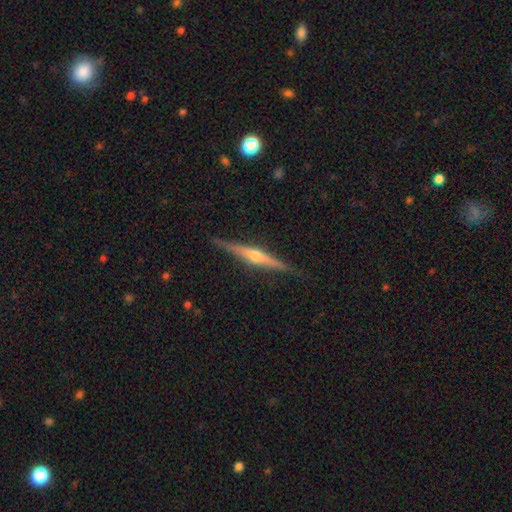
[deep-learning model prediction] Smooth or featured? featured or disk (80%)
Edge-on disk? yes (98%)
Edge-on bulge? rounded (90%)
Merging? none (89%)